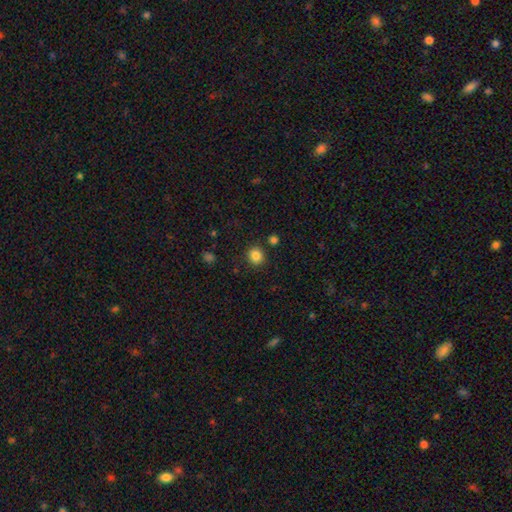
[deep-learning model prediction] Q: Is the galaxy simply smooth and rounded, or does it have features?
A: smooth — 85%.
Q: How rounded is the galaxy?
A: round — 85%.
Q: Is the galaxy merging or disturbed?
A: none — 86%.